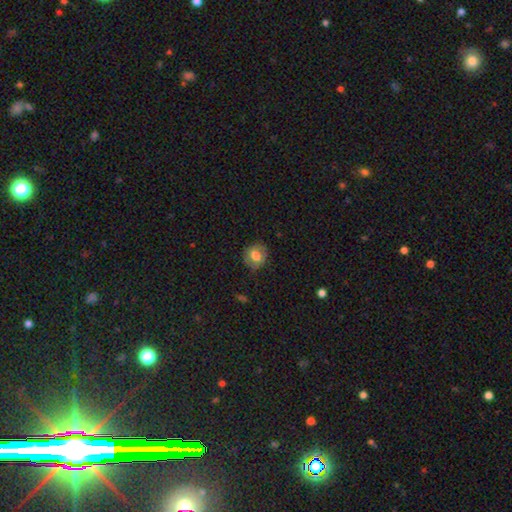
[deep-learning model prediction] This is likely a smooth galaxy (64%). How rounded: likely round (71%). Merging: likely none (80%).